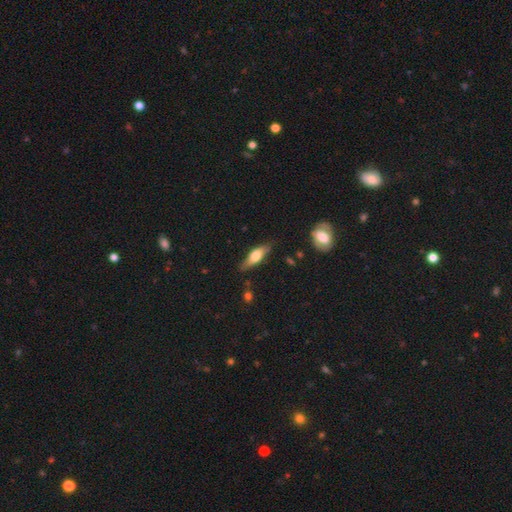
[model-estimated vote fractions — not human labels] smooth_or_featured: smooth (p=0.53) [alt: featured or disk p=0.41]
how_rounded: cigar-shaped (p=0.50) [alt: in between p=0.47]
merging: none (p=0.75) [alt: minor disturbance p=0.19]